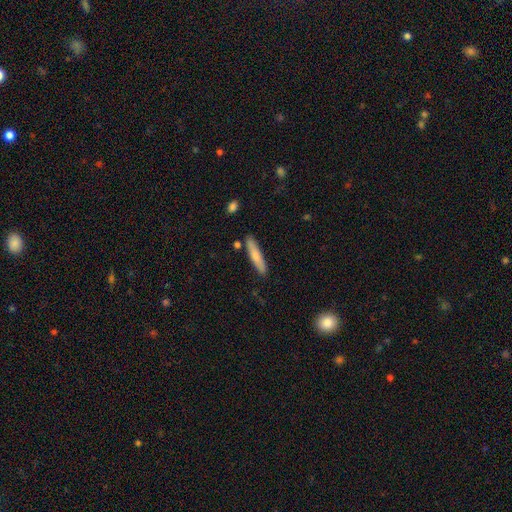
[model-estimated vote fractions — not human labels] A smooth galaxy with no disk features (73%) that is cigar-shaped (88%).

Vote fractions:
- Smooth or featured? smooth: 73% / featured or disk: 21% / star or artifact: 6%
- How rounded? cigar-shaped: 88% / in between: 10% / round: 1%
- Merging? none: 84% / minor disturbance: 10% / merger: 3% / major disturbance: 2%